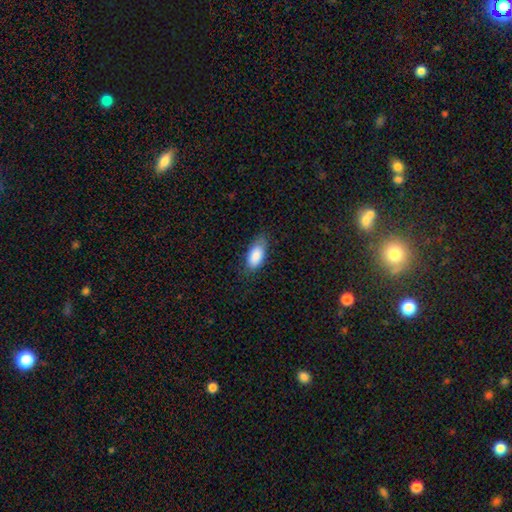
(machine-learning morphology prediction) Smooth or featured? smooth (85%)
How rounded? in between (90%)
Merging? none (73%)